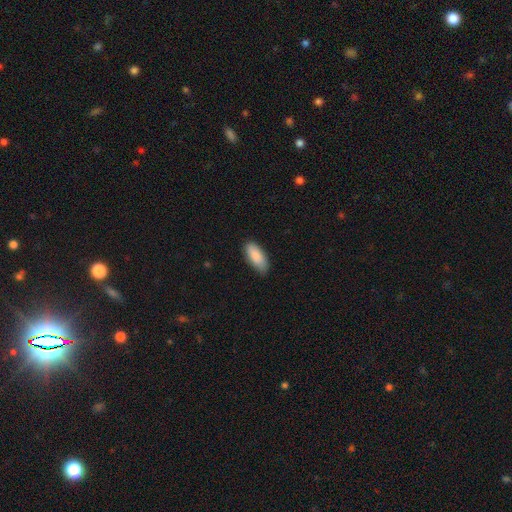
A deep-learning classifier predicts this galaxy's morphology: smooth_or_featured: smooth (p=0.87) [alt: featured or disk p=0.07]
how_rounded: in between (p=0.84) [alt: cigar-shaped p=0.14]
merging: none (p=0.79) [alt: minor disturbance p=0.17]